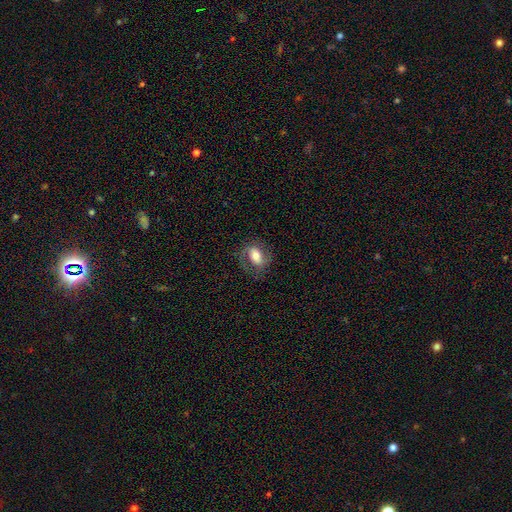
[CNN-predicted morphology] Smooth or featured?
  - featured or disk: 46% * (tied)
  - smooth: 46% * (tied)
  - star or artifact: 8%
Merging?
  - none: 70% *
  - minor disturbance: 18%
  - major disturbance: 12%
  - merger: 1%